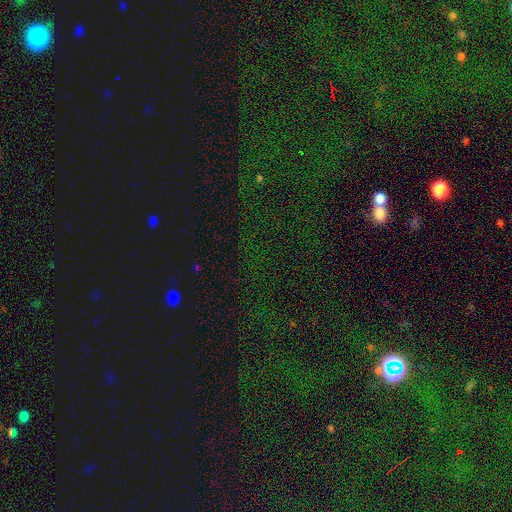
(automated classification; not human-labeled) smooth-or-featured: star or artifact: 80% | smooth: 13% | featured or disk: 7%